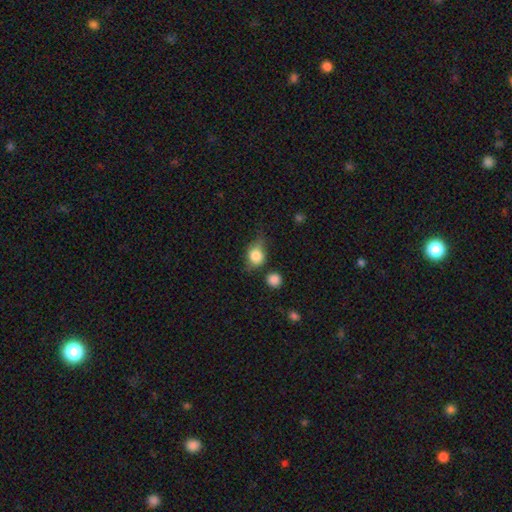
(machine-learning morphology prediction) Smooth or featured? smooth (69%)
How rounded? round (58%)
Merging? none (52%)